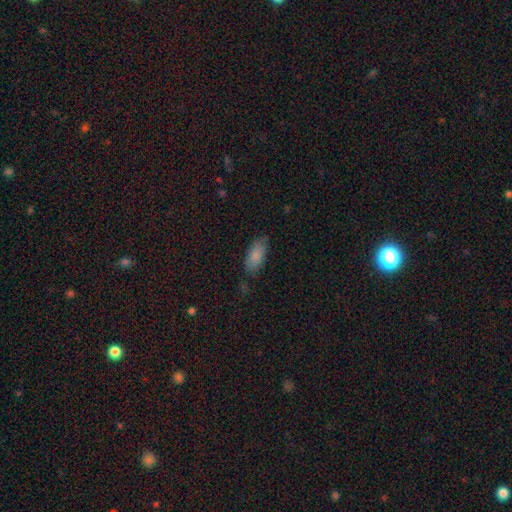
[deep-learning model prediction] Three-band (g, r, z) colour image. It shows a smooth galaxy with no disk features (85%) that is in between round and cigar-shaped (88%). Merging: none (74%).